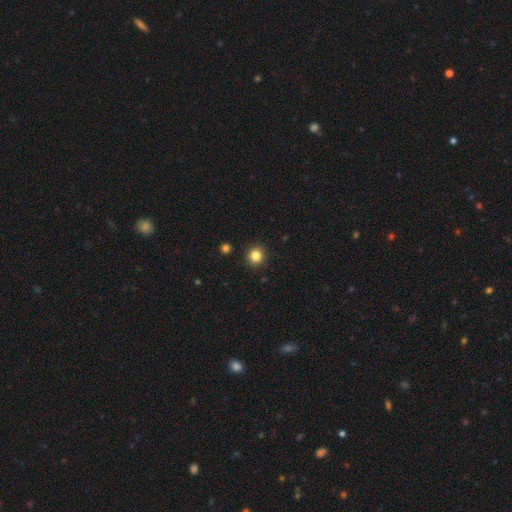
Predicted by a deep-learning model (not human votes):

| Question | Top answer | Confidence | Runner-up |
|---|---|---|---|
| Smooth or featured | smooth | 83% | star or artifact (12%) |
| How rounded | round | 93% | in between (6%) |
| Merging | none | 92% | minor disturbance (5%) |